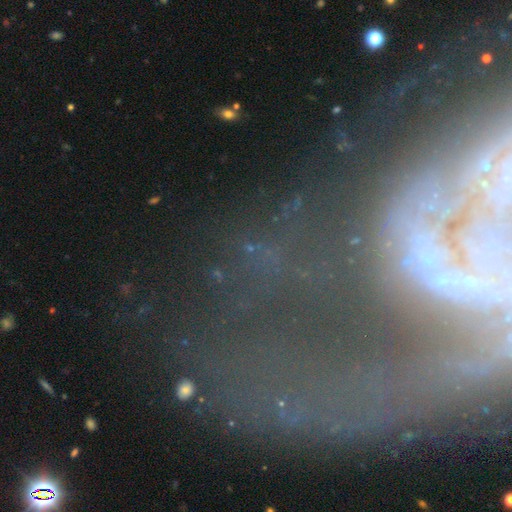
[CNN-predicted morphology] Smooth or featured?
  - featured or disk: 55% *
  - star or artifact: 28%
  - smooth: 17%
Edge-on disk?
  - no: 84% *
  - yes: 16%
Merging?
  - none: 44% *
  - major disturbance: 29%
  - minor disturbance: 15%
  - merger: 12%